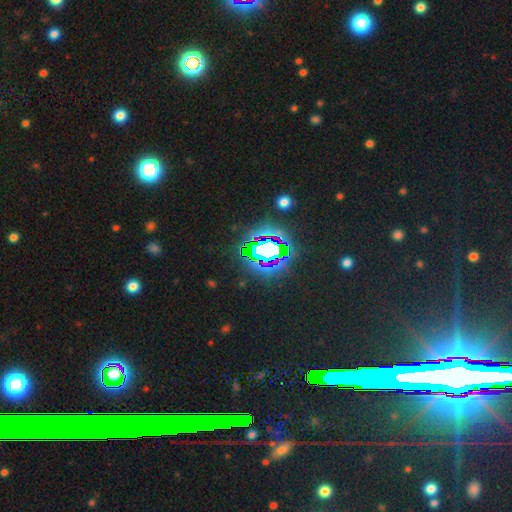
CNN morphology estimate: Smooth or featured?
  - star or artifact: 74% *
  - smooth: 15%
  - featured or disk: 11%